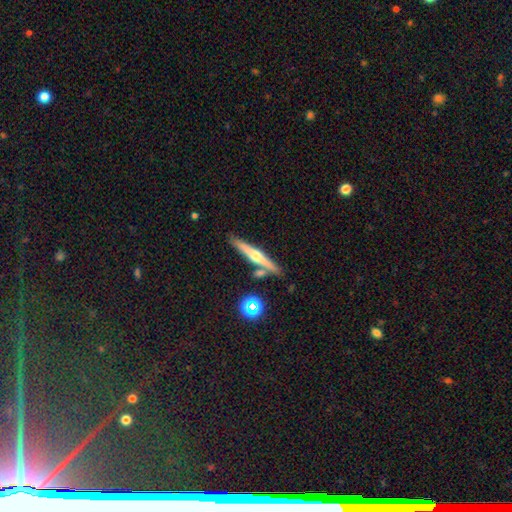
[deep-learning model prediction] A featured or disk galaxy (63%) viewed edge-on (97%) with a rounded central bulge (90%). Merging: none (80%).